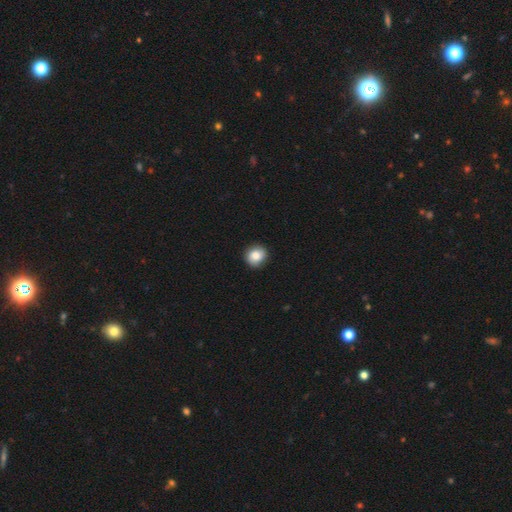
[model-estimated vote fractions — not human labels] A smooth galaxy with no disk features (84%) that is round (85%). Merging: none (90%).